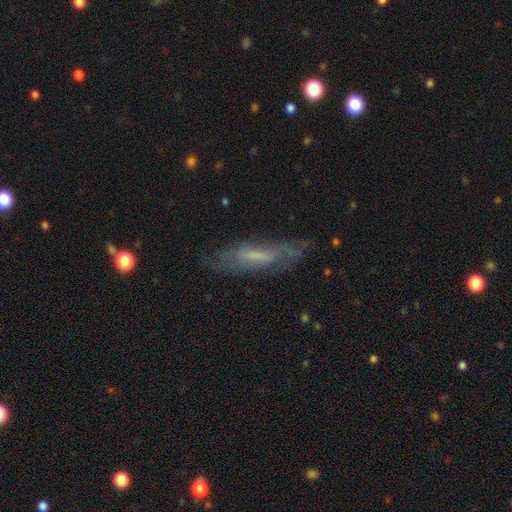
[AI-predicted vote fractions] Overall: featured or disk (56%; smooth 36%). Edge-on disk: no (62%; yes 38%). Merging: none (66%).